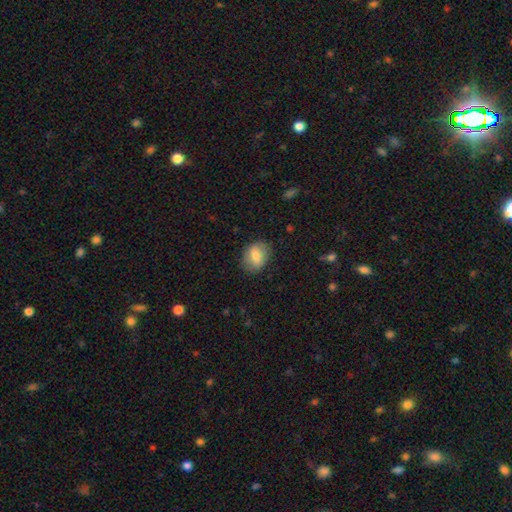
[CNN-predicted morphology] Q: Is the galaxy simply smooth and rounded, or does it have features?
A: smooth — 73%.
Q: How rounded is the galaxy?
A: in between — 65%.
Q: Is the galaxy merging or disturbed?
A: none — 81%.